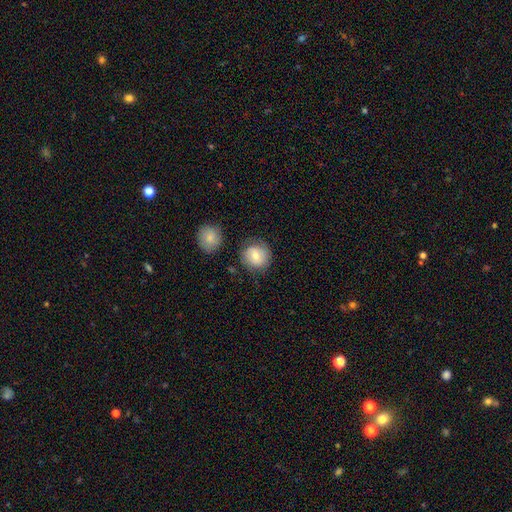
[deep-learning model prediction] Morphology: type=smooth (75%); roundness=round (88%); merging=none (74%).